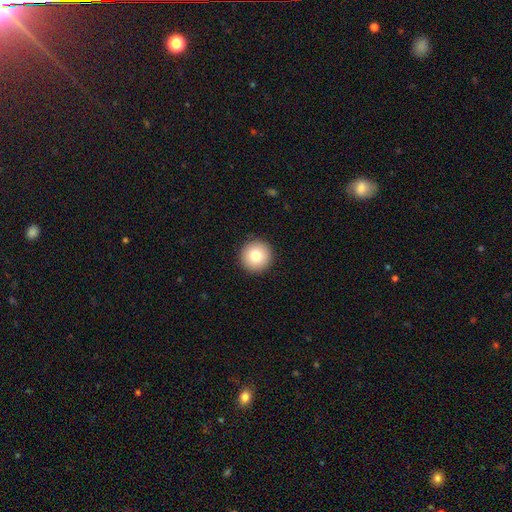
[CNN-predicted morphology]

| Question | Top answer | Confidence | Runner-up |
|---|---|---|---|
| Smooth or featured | smooth | 78% | featured or disk (12%) |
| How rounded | round | 96% | in between (3%) |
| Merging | none | 93% | minor disturbance (4%) |